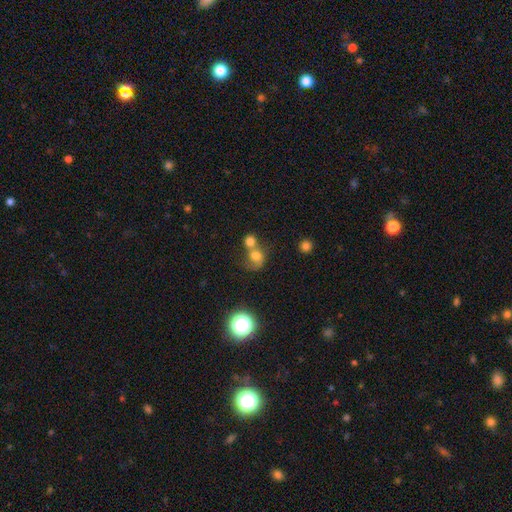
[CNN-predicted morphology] The model was most divided on "how rounded": round: 69%, in between: 30%, cigar-shaped: 1%. More confident: smooth or featured — smooth (67%); merging — merger (63%).